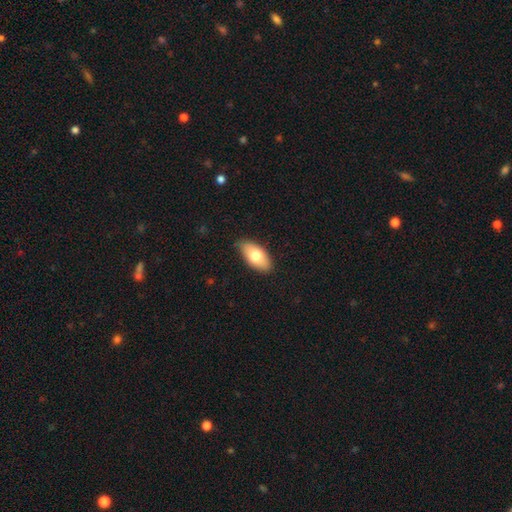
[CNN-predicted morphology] The model was most divided on "smooth or featured": smooth: 71%, featured or disk: 23%, star or artifact: 6%. More confident: how rounded — in between (92%); merging — none (84%).